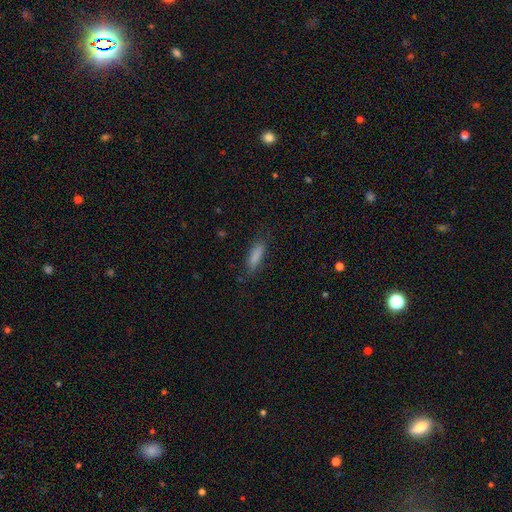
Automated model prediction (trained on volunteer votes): This appears to be a smooth galaxy with no disk features (84%) that is cigar-shaped (56%). Merging: none (78%).